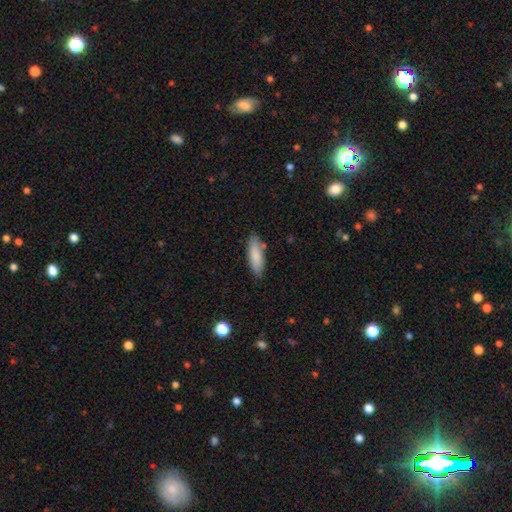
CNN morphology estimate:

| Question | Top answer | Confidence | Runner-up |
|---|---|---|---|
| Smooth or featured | smooth | 85% | featured or disk (9%) |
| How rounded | in between | 56% | cigar-shaped (43%) |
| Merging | none | 82% | minor disturbance (13%) |